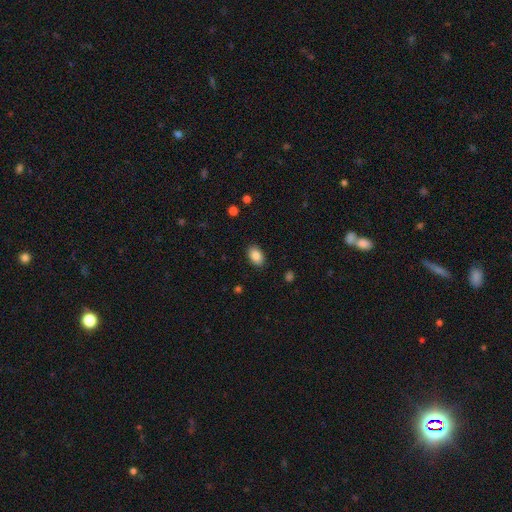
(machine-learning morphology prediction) This is clearly a smooth galaxy (87%). How rounded: clearly in between (87%). Merging: clearly none (88%).